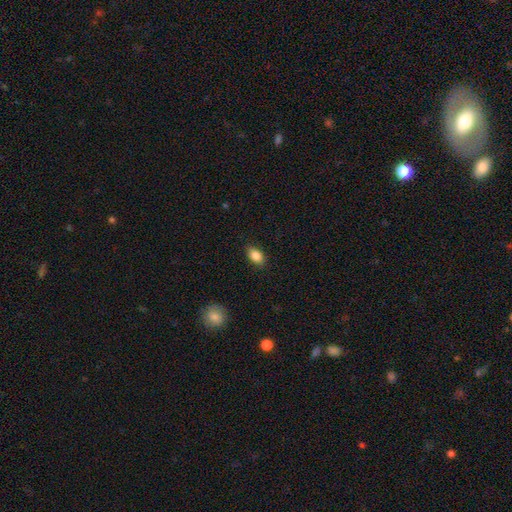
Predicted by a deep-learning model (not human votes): smooth-or-featured: smooth: 86% | star or artifact: 8% | featured or disk: 6%
  how-rounded: in between: 87% | round: 11% | cigar-shaped: 2%
  merging: none: 87% | minor disturbance: 9% | major disturbance: 2% | merger: 1%